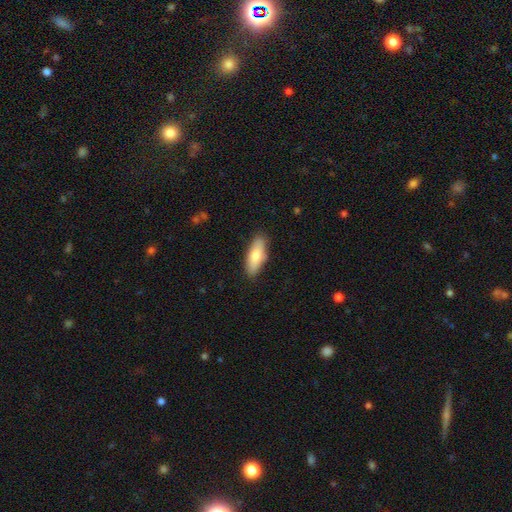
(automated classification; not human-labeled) Smooth or featured?
  - smooth: 74% *
  - featured or disk: 20%
  - star or artifact: 6%
How rounded?
  - in between: 67% *
  - cigar-shaped: 30%
  - round: 2%
Merging?
  - none: 85% *
  - minor disturbance: 11%
  - major disturbance: 2%
  - merger: 1%